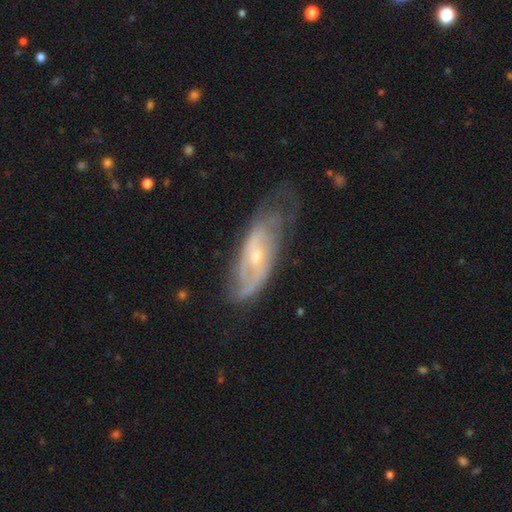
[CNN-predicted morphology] This is likely a featured or disk galaxy (77%). It is clearly not viewed edge-on (87%). Bar: possibly no (59%). Spiral arm pattern: clearly yes (87%). Spiral arm count: marginally 2 (43%). Spiral winding: marginally tight (42%). Central bulge: likely small (62%). Merging: possibly none (53%).